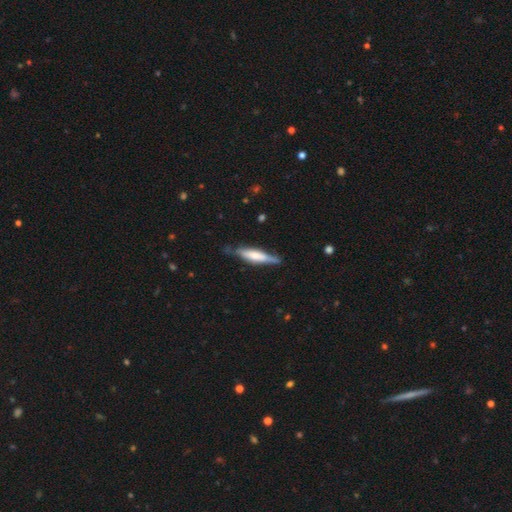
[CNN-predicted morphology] A smooth galaxy with no disk features (49%). Merging: none (73%).